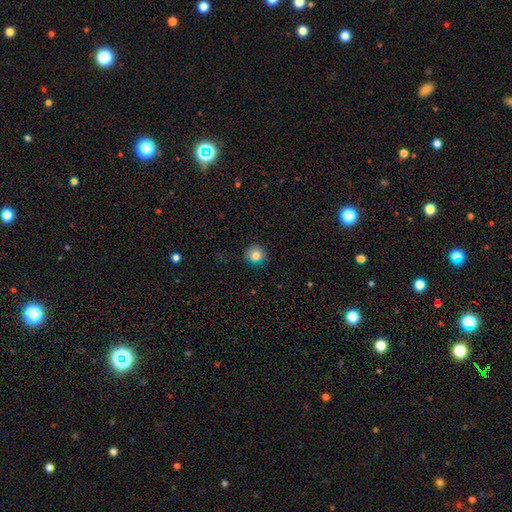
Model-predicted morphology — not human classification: This is likely a smooth galaxy (80%). How rounded: clearly round (89%). Merging: likely none (80%).